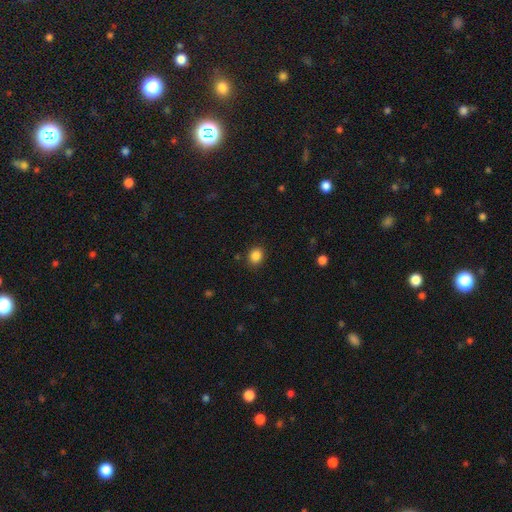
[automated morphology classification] A smooth galaxy with no disk features (86%) that is round (63%). Merging: none (86%).